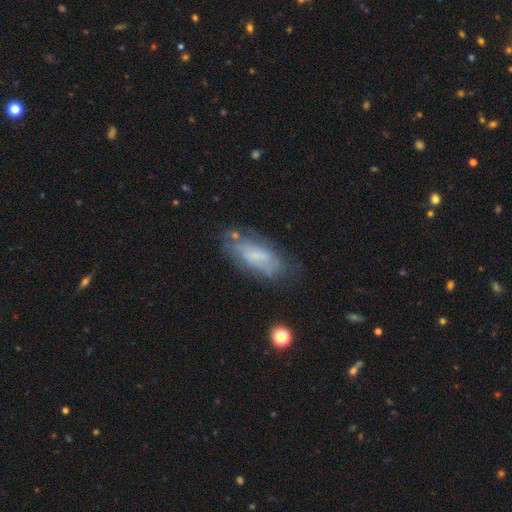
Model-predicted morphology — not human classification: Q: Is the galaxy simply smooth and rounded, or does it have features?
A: smooth — 50%.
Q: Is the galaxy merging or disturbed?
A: none — 62%.